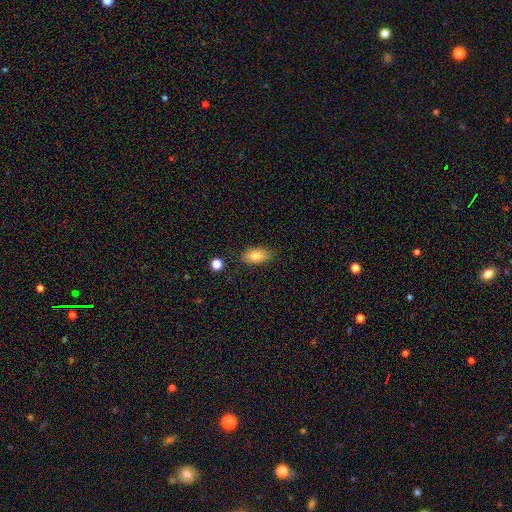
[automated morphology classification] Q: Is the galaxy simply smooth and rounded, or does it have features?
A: smooth — 84%.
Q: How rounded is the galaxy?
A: in between — 90%.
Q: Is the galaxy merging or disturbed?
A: none — 83%.